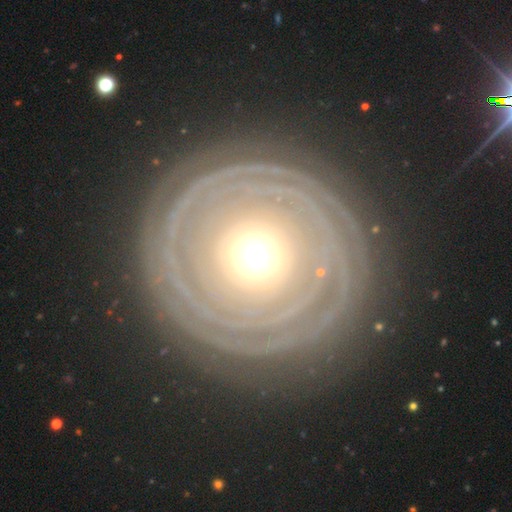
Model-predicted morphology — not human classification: smooth-or-featured: featured or disk: 77% | smooth: 15% | star or artifact: 8%
  disk-edge-on: no: 94% | yes: 6%
    bar: no: 86% | weak: 9% | strong: 5%
    has-spiral-arms: yes: 77% | no: 23%
      spiral-winding: tight: 88% | medium: 8% | loose: 4%
      spiral-arm-count: can't tell: 34% | 2: 19% | more than 4: 15% | 3: 13% | 4: 10% | 1: 9%
    bulge-size: moderate: 69% | small: 18% | large: 10% | dominant: 2% | none: 1%
  merging: none: 83% | minor disturbance: 11% | major disturbance: 4% | merger: 2%